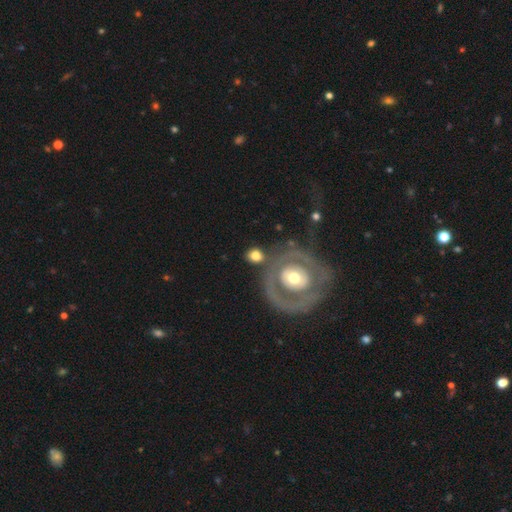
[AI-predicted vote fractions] Overall: smooth (63%; featured or disk 31%). How rounded: round (77%). Merging: none (68%).